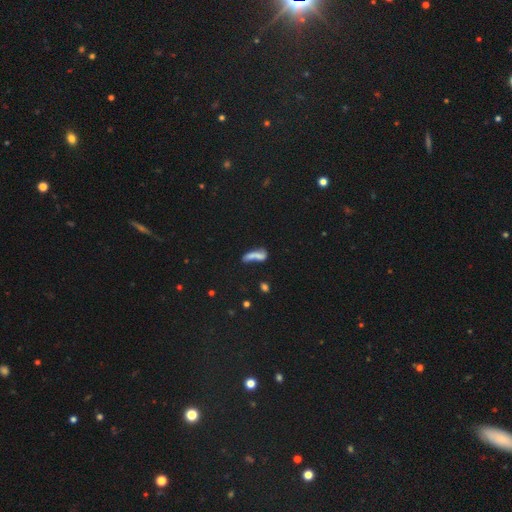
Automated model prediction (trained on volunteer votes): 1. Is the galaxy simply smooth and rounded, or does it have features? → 53% smooth, 32% featured or disk, 15% star or artifact.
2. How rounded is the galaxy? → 48% in between, 46% cigar-shaped, 6% round.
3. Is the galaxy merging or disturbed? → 35% merger, 29% none, 19% major disturbance, 16% minor disturbance.